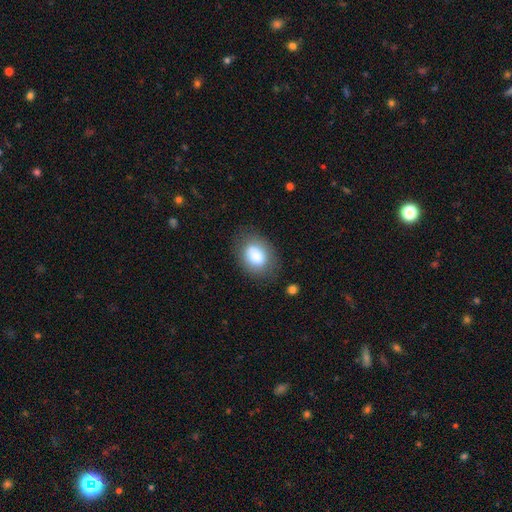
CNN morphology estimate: Smooth or featured: smooth — 83% (featured or disk — 9%)
How rounded: in between — 71% (round — 28%)
Merging: none — 74% (minor disturbance — 17%)